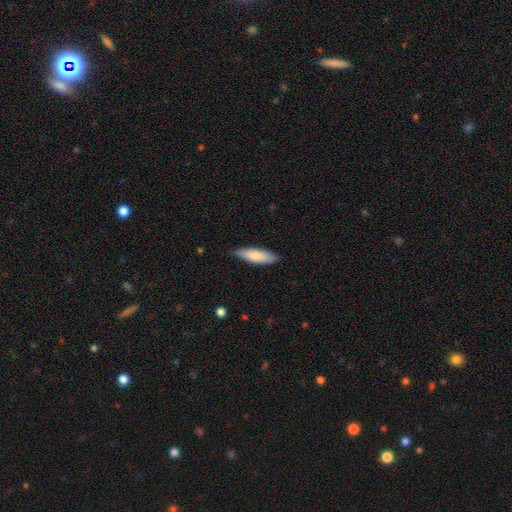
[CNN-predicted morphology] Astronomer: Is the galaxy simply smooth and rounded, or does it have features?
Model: smooth — 82%.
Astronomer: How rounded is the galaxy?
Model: in between — 51% (runner-up: cigar-shaped, 48%).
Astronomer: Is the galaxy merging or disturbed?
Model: none — 82%.